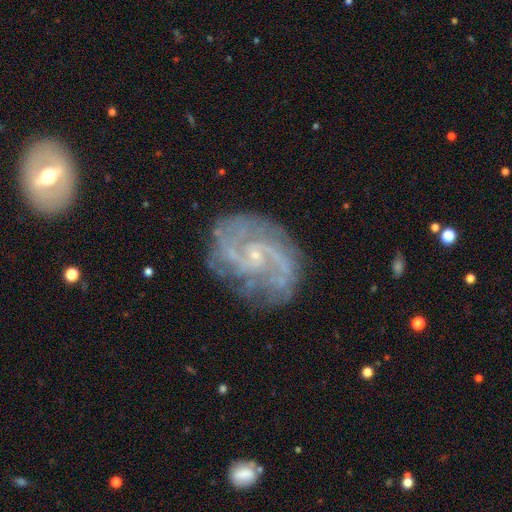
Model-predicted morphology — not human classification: Smooth or featured? featured or disk (88%)
Edge-on disk? no (98%)
Bar? no (53%)
Spiral arms? yes (96%)
Spiral winding? medium (50%)
Spiral arm count? 2 (60%)
Bulge size? small (82%)
Merging? none (72%)